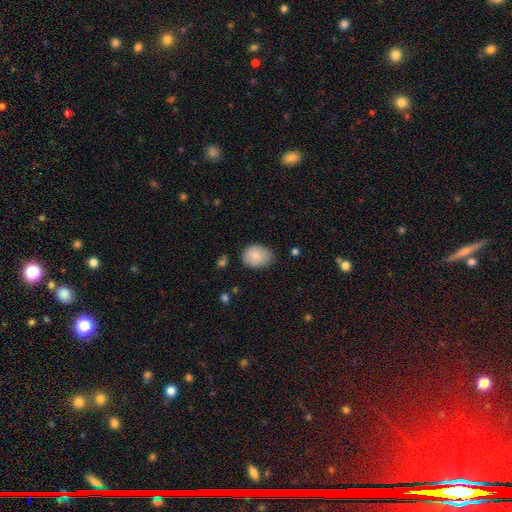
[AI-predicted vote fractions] A smooth galaxy with no disk features (83%) that is in between round and cigar-shaped (54%). Merging: none (74%).